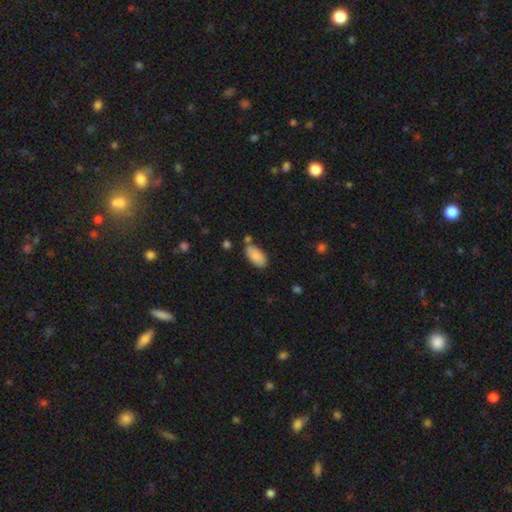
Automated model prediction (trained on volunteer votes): smooth 87%, star or artifact 7%, featured or disk 6%. Down the decision tree: how rounded — in between (93%); merging — none (68%).